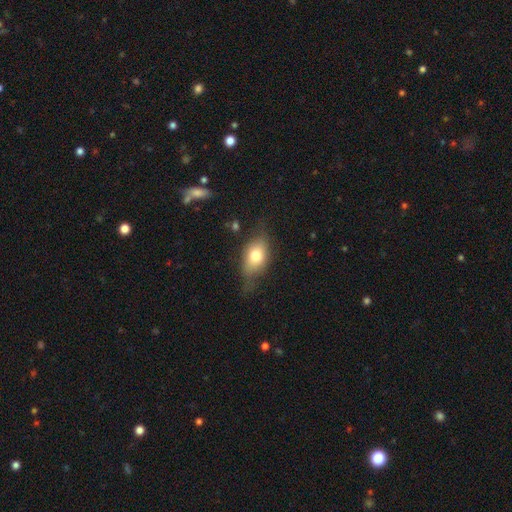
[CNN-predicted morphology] Smooth or featured: smooth — 69% (featured or disk — 23%)
How rounded: in between — 80% (round — 15%)
Merging: none — 57% (minor disturbance — 29%)